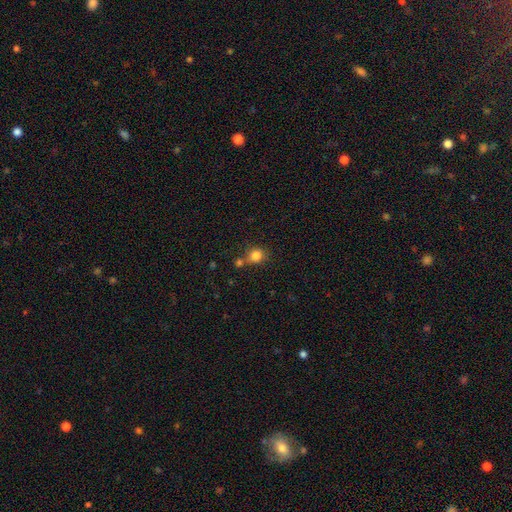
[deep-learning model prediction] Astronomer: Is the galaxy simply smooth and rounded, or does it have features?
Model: smooth — 83%.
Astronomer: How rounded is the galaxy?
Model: round — 81%.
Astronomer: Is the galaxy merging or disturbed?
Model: none — 64%.